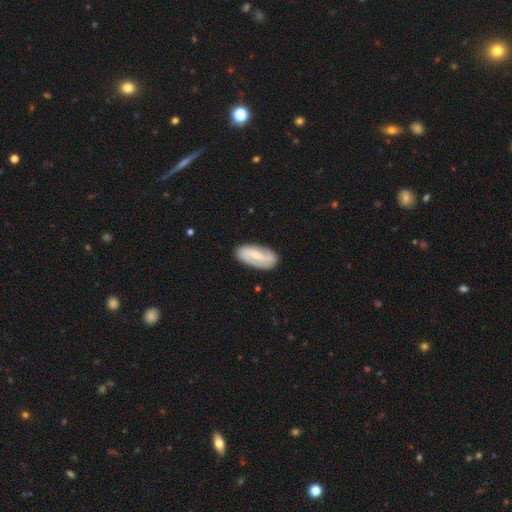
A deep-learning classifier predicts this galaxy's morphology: featured or disk 63%, smooth 32%, star or artifact 6%. Down the decision tree: edge-on disk — no (93%); bar — weak (44%); spiral arms — yes (85%); bulge size — small (63%); merging — none (84%).